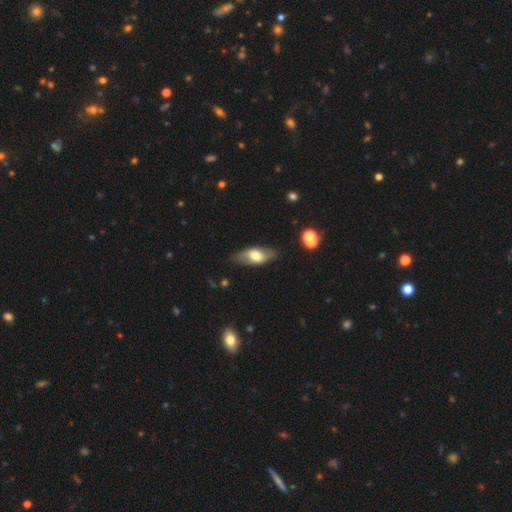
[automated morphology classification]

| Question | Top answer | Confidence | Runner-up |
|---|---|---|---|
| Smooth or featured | smooth | 58% | featured or disk (36%) |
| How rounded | in between | 83% | cigar-shaped (13%) |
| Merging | none | 79% | minor disturbance (16%) |